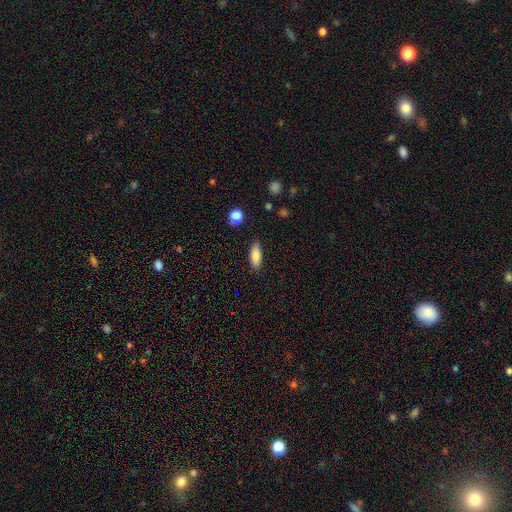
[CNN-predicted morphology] Smooth or featured: smooth — 82% (featured or disk — 10%)
How rounded: in between — 80% (cigar-shaped — 17%)
Merging: none — 83% (minor disturbance — 13%)